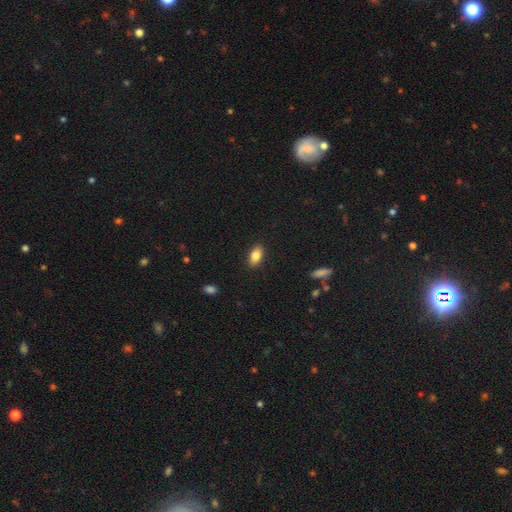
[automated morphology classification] smooth 83%, featured or disk 9%, star or artifact 8%. Down the decision tree: how rounded — in between (90%); merging — none (89%).